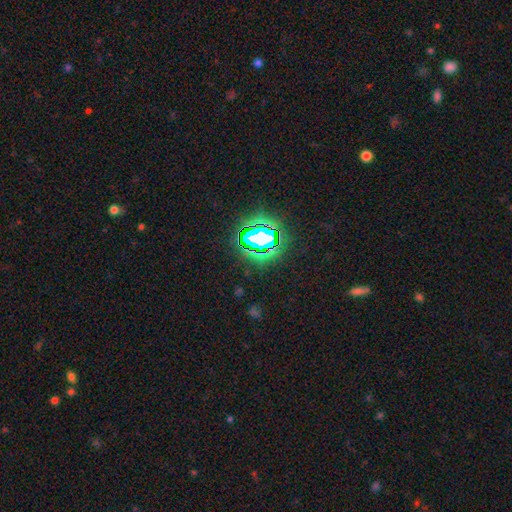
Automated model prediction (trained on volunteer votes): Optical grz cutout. It shows a star or artifact, not a galaxy (83%).